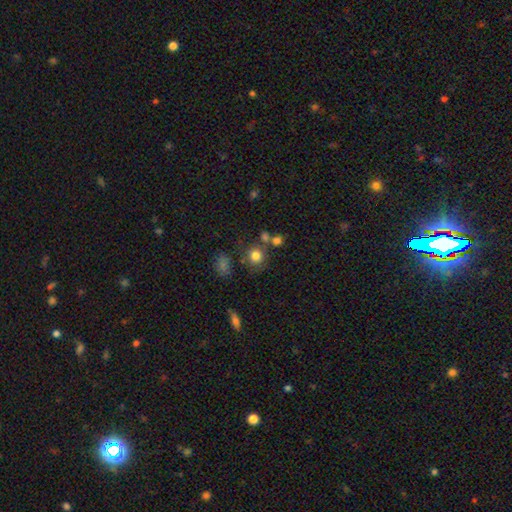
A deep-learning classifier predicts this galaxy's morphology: Smooth or featured? smooth (79%)
How rounded? round (85%)
Merging? none (68%)